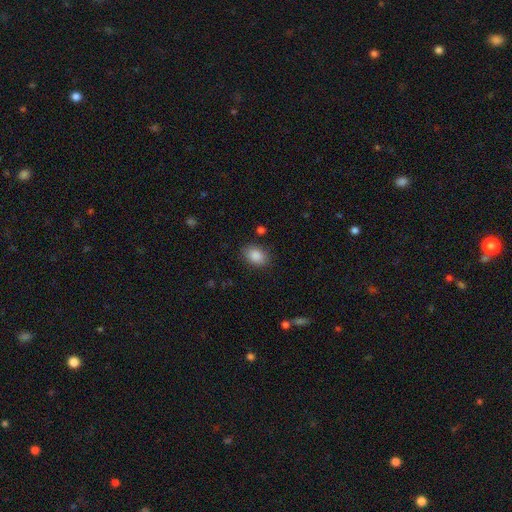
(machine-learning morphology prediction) Smooth or featured? smooth (88%)
How rounded? in between (77%)
Merging? none (85%)